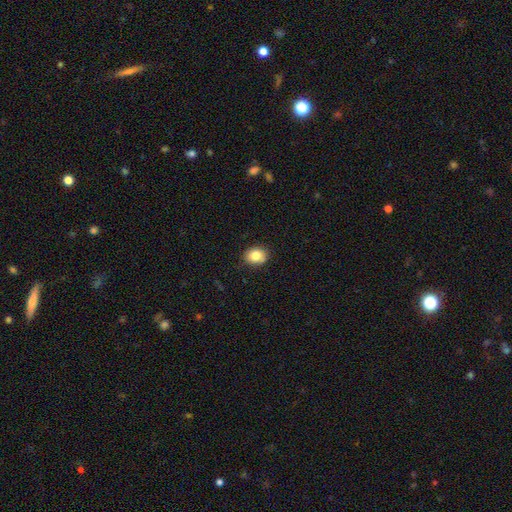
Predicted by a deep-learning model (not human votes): smooth_or_featured: smooth (p=0.82) [alt: star or artifact p=0.10]
how_rounded: round (p=0.54) [alt: in between p=0.45]
merging: none (p=0.84) [alt: minor disturbance p=0.13]